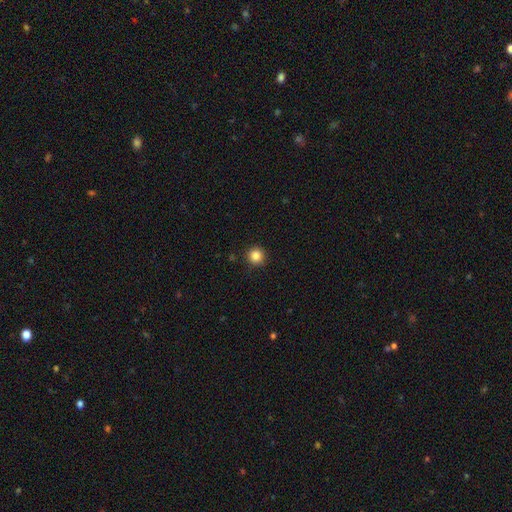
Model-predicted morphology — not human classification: A smooth galaxy with no disk features (85%) that is round (95%).

Vote fractions:
- Smooth or featured? smooth: 85% / star or artifact: 11% / featured or disk: 4%
- How rounded? round: 95% / in between: 4% / cigar-shaped: 1%
- Merging? none: 91% / minor disturbance: 6% / major disturbance: 2% / merger: 1%